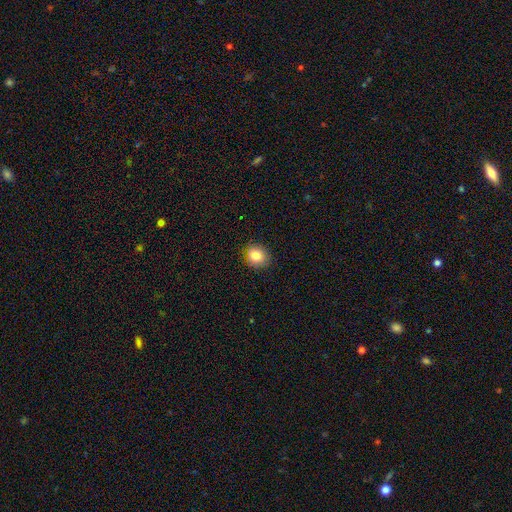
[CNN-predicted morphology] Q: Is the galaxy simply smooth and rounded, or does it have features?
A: smooth — 83%.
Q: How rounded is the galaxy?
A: round — 76%.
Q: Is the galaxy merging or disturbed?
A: none — 88%.